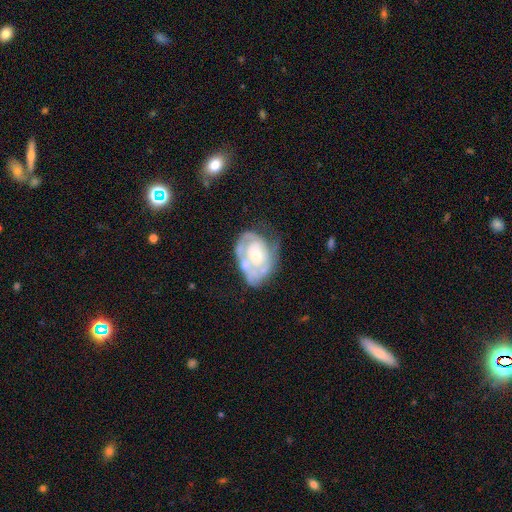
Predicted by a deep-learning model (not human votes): Smooth or featured? Predicted: featured or disk (p=0.73). Edge-on disk? Predicted: no (p=0.97). Bar? Predicted: no (p=0.79). Spiral arms? Predicted: yes (p=0.64). Bulge size? Predicted: moderate (p=0.59). Merging? Predicted: none (p=0.39).